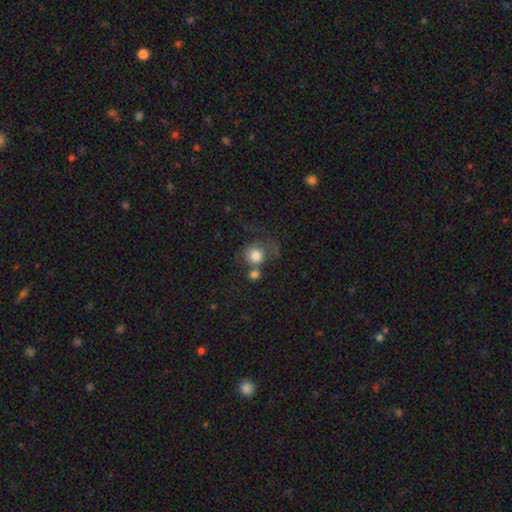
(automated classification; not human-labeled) smooth-or-featured: smooth: 79% | featured or disk: 11% | star or artifact: 9%
  how-rounded: round: 86% | in between: 13% | cigar-shaped: 1%
  merging: none: 42% | merger: 31% | minor disturbance: 15% | major disturbance: 12%